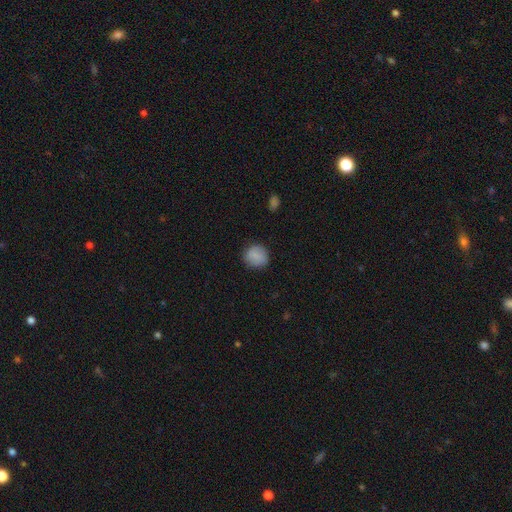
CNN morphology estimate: smooth 84%, featured or disk 8%, star or artifact 8%. Down the decision tree: how rounded — round (87%); merging — none (85%).